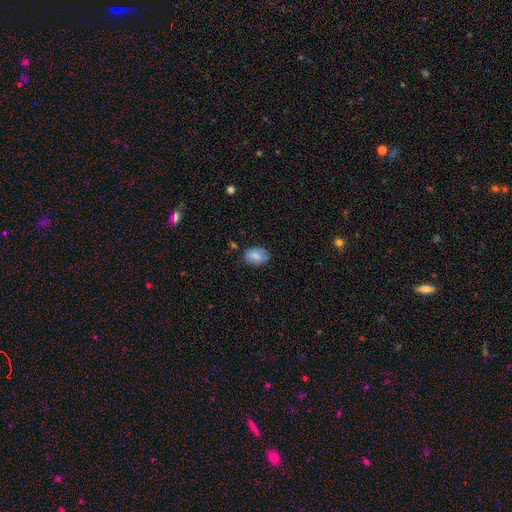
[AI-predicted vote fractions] smooth 79%, featured or disk 13%, star or artifact 8%. Down the decision tree: how rounded — in between (78%); merging — none (70%).